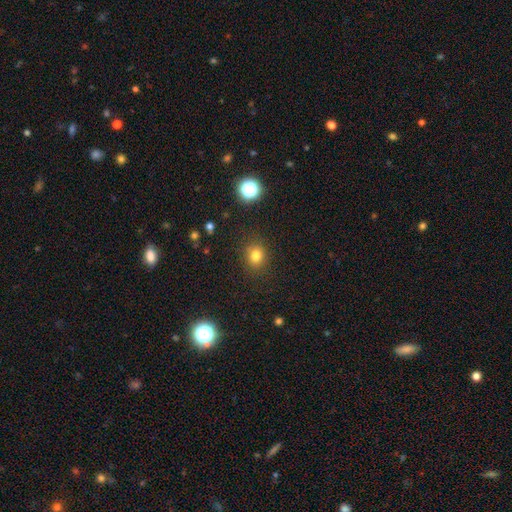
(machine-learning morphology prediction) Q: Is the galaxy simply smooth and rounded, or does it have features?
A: smooth — 78%.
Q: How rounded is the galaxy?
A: round — 72%.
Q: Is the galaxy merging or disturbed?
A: none — 86%.